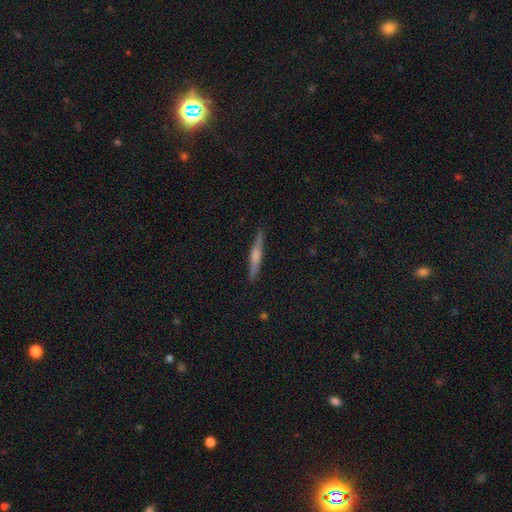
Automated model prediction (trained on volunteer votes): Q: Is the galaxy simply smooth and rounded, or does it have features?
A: featured or disk — 58%.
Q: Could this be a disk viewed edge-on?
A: yes — 97%.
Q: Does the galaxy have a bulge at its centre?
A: rounded — 70%.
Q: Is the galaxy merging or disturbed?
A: none — 90%.